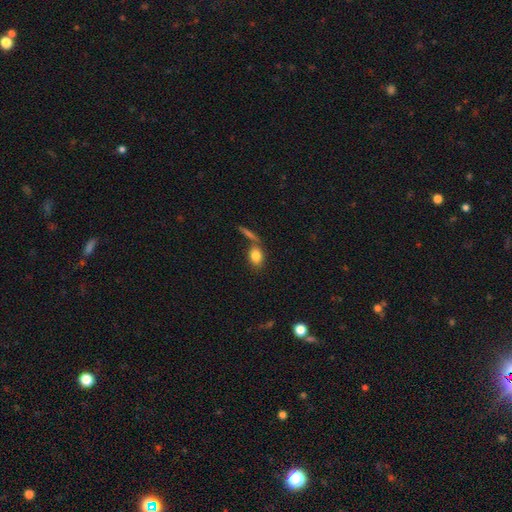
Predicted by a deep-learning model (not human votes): A smooth galaxy with no disk features (82%) that is in between round and cigar-shaped (72%).

Vote fractions:
- Smooth or featured? smooth: 82% / featured or disk: 10% / star or artifact: 8%
- How rounded? in between: 72% / round: 24% / cigar-shaped: 4%
- Merging? none: 60% / merger: 23% / minor disturbance: 12% / major disturbance: 5%